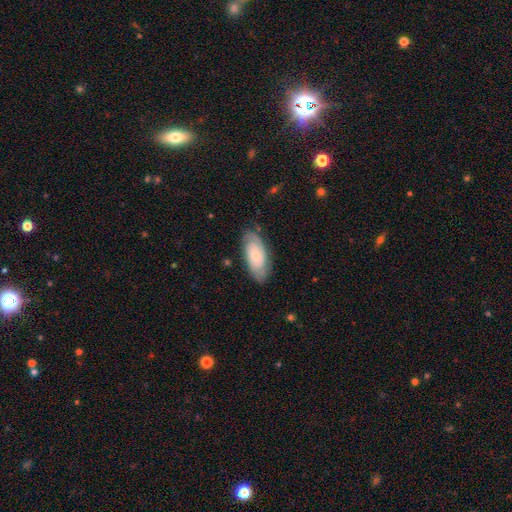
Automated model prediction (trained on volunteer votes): Smooth or featured? Predicted: featured or disk (p=0.49). Merging? Predicted: none (p=0.76).